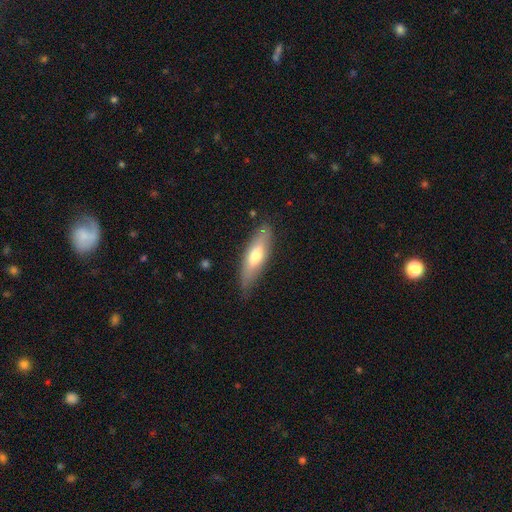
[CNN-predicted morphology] A smooth galaxy with no disk features (62%) that is cigar-shaped (52%). Merging: none (77%).